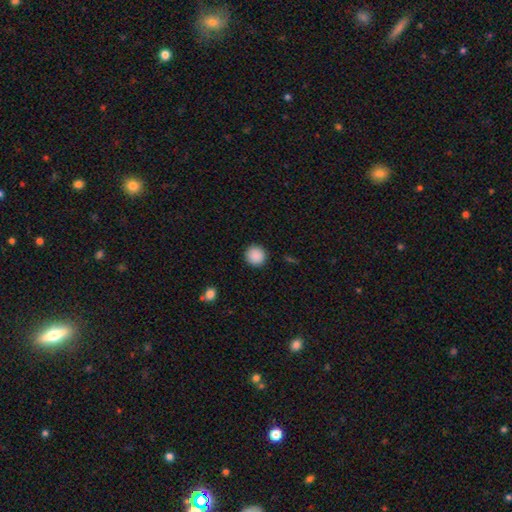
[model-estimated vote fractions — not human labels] Smooth or featured? smooth (89%)
How rounded? round (94%)
Merging? none (92%)